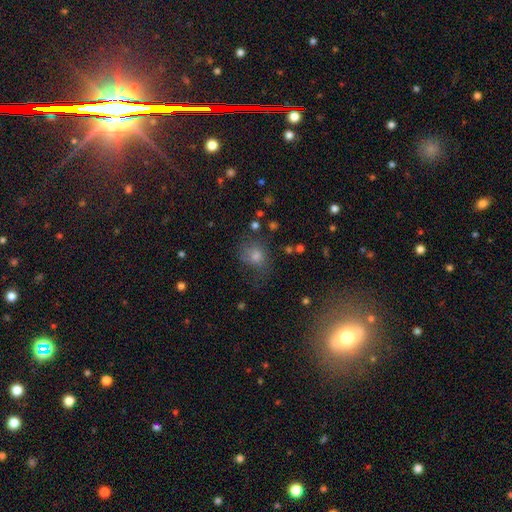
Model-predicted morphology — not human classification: A smooth galaxy with no disk features (59%) that is round (68%).

Vote fractions:
- Smooth or featured? smooth: 59% / star or artifact: 26% / featured or disk: 15%
- How rounded? round: 68% / in between: 31% / cigar-shaped: 1%
- Merging? none: 59% / minor disturbance: 21% / major disturbance: 16% / merger: 4%